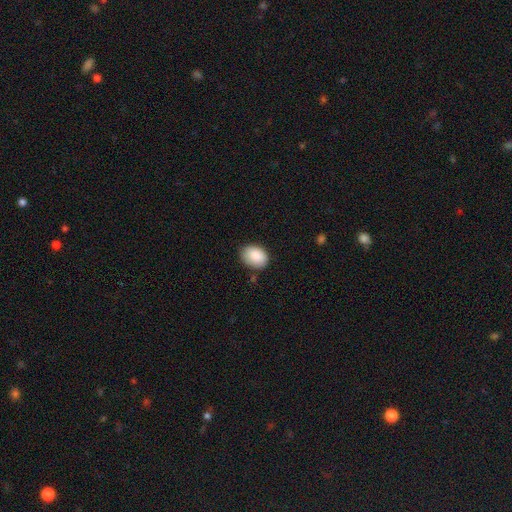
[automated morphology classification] Smooth or featured? Predicted: smooth (p=0.88). How rounded? Predicted: in between (p=0.72). Merging? Predicted: none (p=0.80).